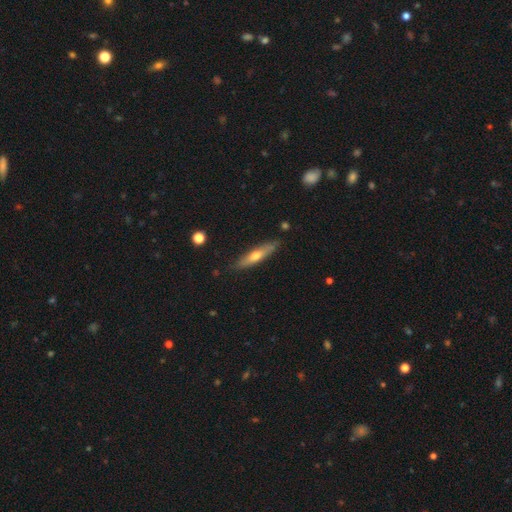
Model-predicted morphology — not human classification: smooth 50%, featured or disk 44%, star or artifact 6%. Down the decision tree: how rounded — cigar-shaped (82%); merging — none (83%).